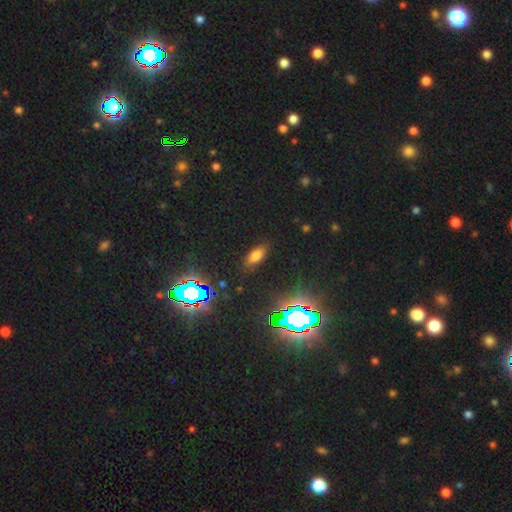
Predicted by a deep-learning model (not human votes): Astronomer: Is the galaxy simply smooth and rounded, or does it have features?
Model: smooth — 64%.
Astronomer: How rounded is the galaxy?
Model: in between — 82%.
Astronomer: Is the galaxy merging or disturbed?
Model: none — 86%.